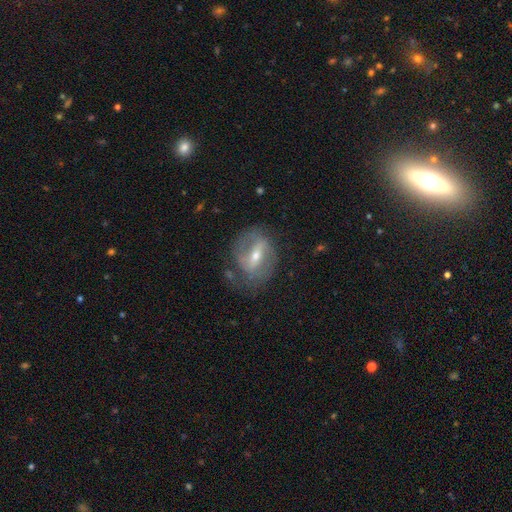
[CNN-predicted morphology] smooth-or-featured: featured or disk: 75% | smooth: 17% | star or artifact: 8%
  disk-edge-on: no: 90% | yes: 10%
    bar: strong: 55% | weak: 32% | no: 12%
    has-spiral-arms: yes: 68% | no: 32%
    bulge-size: small: 51% | moderate: 46% | large: 2% | none: 1% | dominant: 1%
  merging: none: 64% | minor disturbance: 21% | major disturbance: 12% | merger: 3%